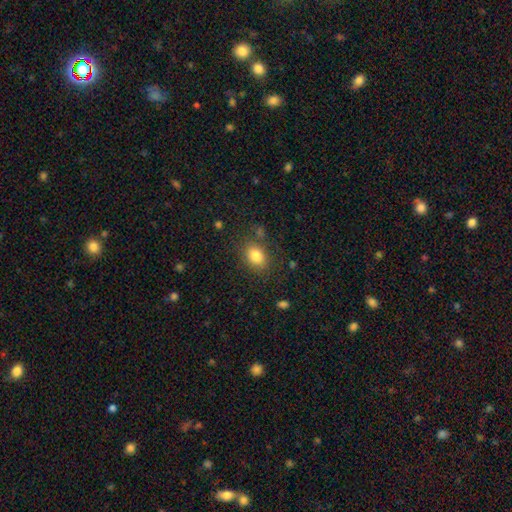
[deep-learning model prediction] Smooth or featured? Predicted: smooth (p=0.82). How rounded? Predicted: in between (p=0.69). Merging? Predicted: none (p=0.78).